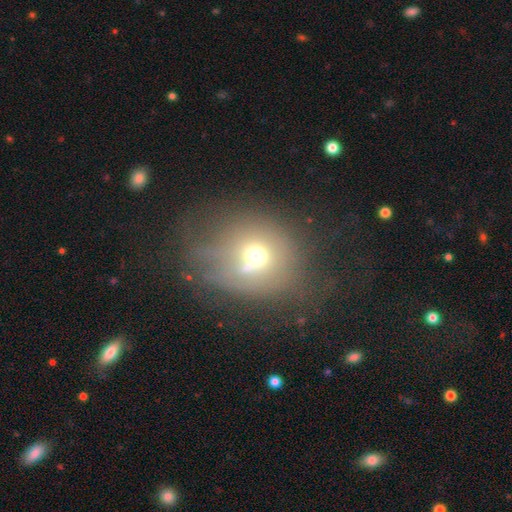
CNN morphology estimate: smooth-or-featured: smooth: 56% | featured or disk: 26% | star or artifact: 18%
  how-rounded: round: 76% | in between: 23% | cigar-shaped: 1%
  merging: none: 38% | major disturbance: 26% | minor disturbance: 22% | merger: 14%